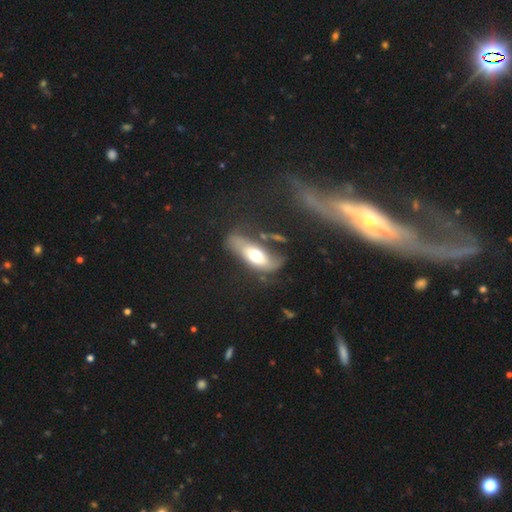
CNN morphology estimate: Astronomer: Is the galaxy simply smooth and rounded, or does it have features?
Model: smooth — 52% (runner-up: featured or disk, 41%).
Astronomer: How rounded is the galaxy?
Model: in between — 76%.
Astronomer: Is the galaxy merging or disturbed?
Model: none — 40% (runner-up: minor disturbance, 27%).